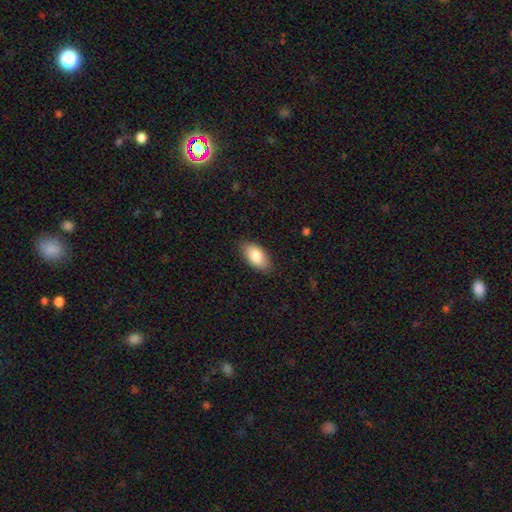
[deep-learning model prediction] Smooth or featured? Predicted: smooth (p=0.86). How rounded? Predicted: in between (p=0.93). Merging? Predicted: none (p=0.85).